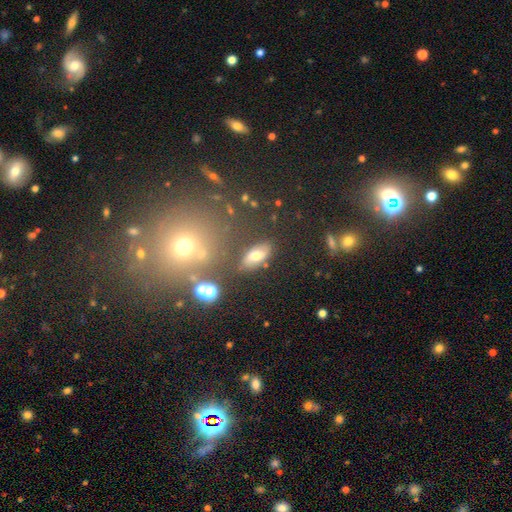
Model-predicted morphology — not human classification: Smooth or featured: smooth — 61% (featured or disk — 24%)
How rounded: in between — 85% (cigar-shaped — 8%)
Merging: none — 79% (minor disturbance — 12%)